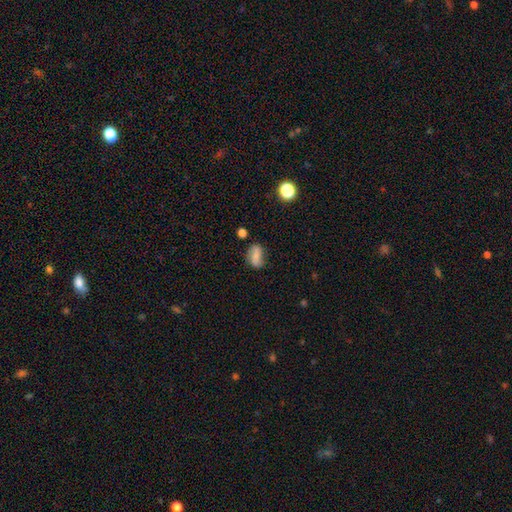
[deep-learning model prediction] smooth 56%, featured or disk 33%, star or artifact 11%. Down the decision tree: how rounded — in between (81%); merging — none (66%).